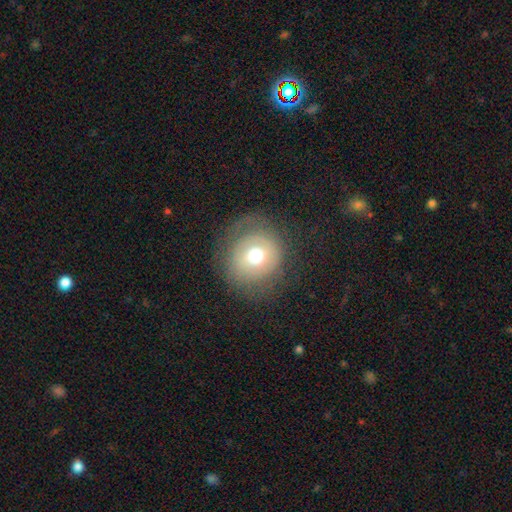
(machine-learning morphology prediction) smooth_or_featured: smooth (p=0.60) [alt: featured or disk p=0.28]
how_rounded: round (p=0.86) [alt: in between p=0.13]
merging: none (p=0.71) [alt: minor disturbance p=0.16]